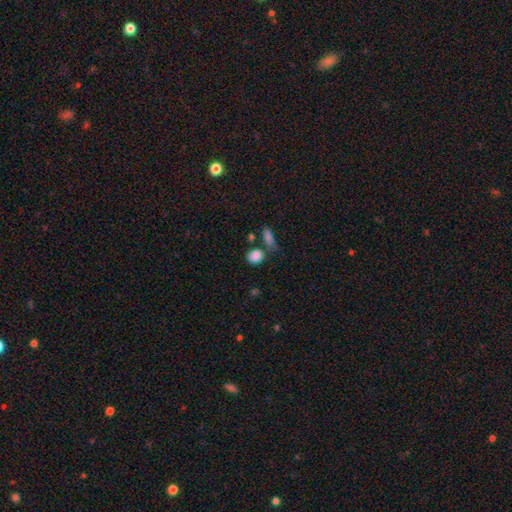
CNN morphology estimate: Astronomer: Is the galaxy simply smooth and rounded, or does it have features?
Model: smooth — 86%.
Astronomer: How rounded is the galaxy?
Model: round — 49% (runner-up: in between, 48%).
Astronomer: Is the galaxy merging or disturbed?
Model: none — 59%.